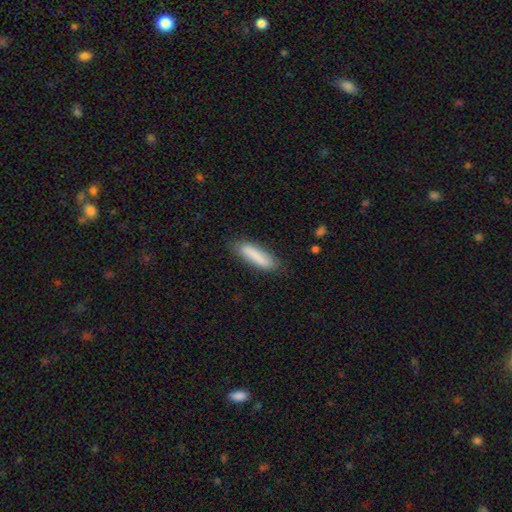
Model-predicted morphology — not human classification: Smooth or featured: smooth — 85% (featured or disk — 9%)
How rounded: cigar-shaped — 75% (in between — 24%)
Merging: none — 82% (minor disturbance — 14%)